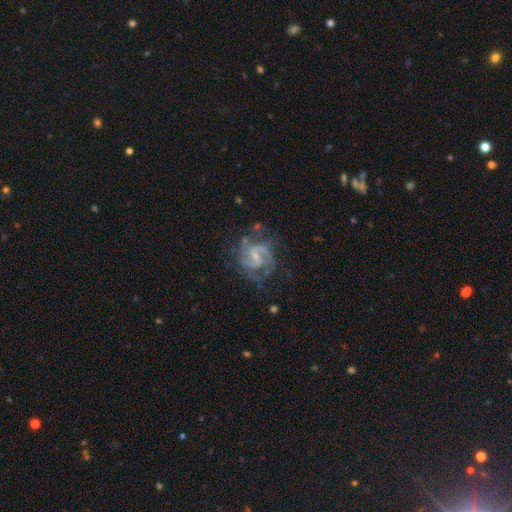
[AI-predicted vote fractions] smooth_or_featured: featured or disk (p=0.91) [alt: star or artifact p=0.05]
disk_edge_on: no (p=0.98) [alt: yes p=0.02]
bar: weak (p=0.56) [alt: no p=0.24]
has_spiral_arms: yes (p=0.98) [alt: no p=0.02]
spiral_winding: medium (p=0.56) [alt: tight p=0.32]
spiral_arm_count: 2 (p=0.81) [alt: 3 p=0.09]
bulge_size: small (p=0.67) [alt: moderate p=0.21]
merging: none (p=0.67) [alt: minor disturbance p=0.20]